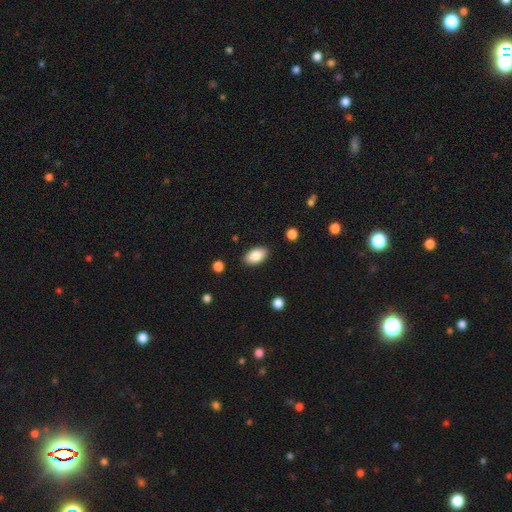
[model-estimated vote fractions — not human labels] This appears to be a smooth galaxy with no disk features (85%) that is in between round and cigar-shaped (93%). Merging: none (87%).